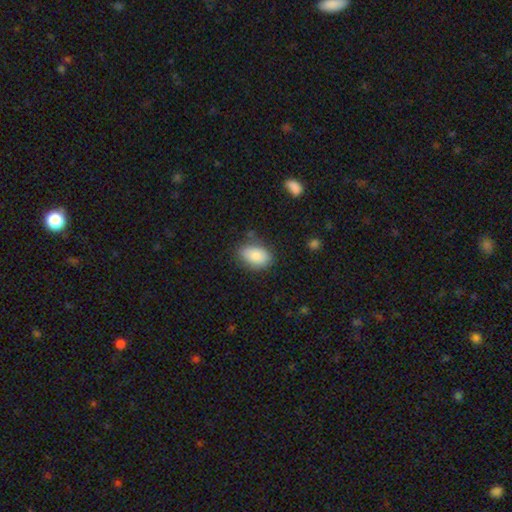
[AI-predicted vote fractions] A smooth galaxy with no disk features (84%) that is in between round and cigar-shaped (88%).

Vote fractions:
- Smooth or featured? smooth: 84% / featured or disk: 9% / star or artifact: 7%
- How rounded? in between: 88% / round: 10% / cigar-shaped: 1%
- Merging? none: 78% / minor disturbance: 16% / major disturbance: 4% / merger: 2%